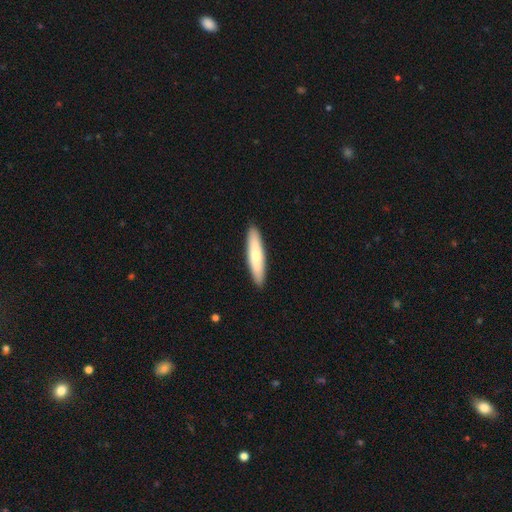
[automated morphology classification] Smooth or featured?
  - smooth: 68% *
  - featured or disk: 27%
  - star or artifact: 5%
How rounded?
  - cigar-shaped: 84% *
  - in between: 15%
  - round: 1%
Merging?
  - none: 91% *
  - minor disturbance: 6%
  - major disturbance: 1%
  - merger: 1%